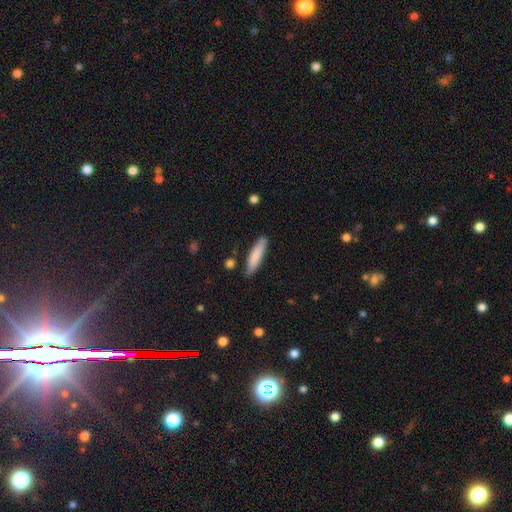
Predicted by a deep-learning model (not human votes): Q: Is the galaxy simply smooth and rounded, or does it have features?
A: smooth — 83%.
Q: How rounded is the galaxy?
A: cigar-shaped — 80%.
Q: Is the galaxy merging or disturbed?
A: none — 83%.